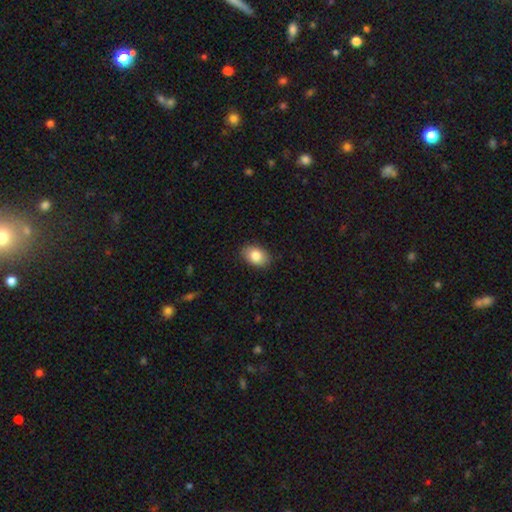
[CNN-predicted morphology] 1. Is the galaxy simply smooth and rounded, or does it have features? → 84% smooth, 8% featured or disk, 7% star or artifact.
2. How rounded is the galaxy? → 83% in between, 16% round, 1% cigar-shaped.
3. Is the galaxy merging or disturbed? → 87% none, 10% minor disturbance, 2% major disturbance, 1% merger.